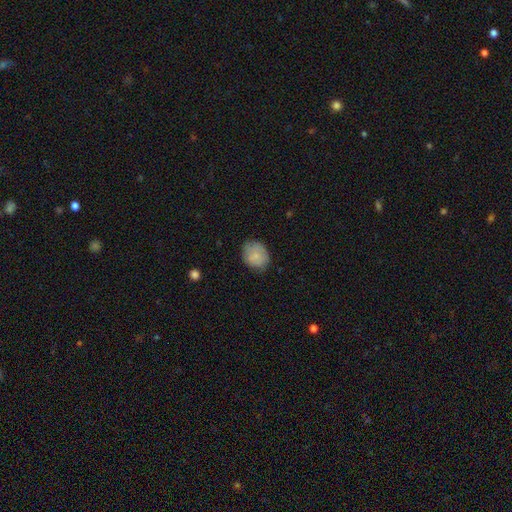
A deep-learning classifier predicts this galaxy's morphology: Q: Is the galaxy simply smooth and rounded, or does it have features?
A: smooth — 75%.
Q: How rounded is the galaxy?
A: round — 59%.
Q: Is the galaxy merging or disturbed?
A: none — 69%.